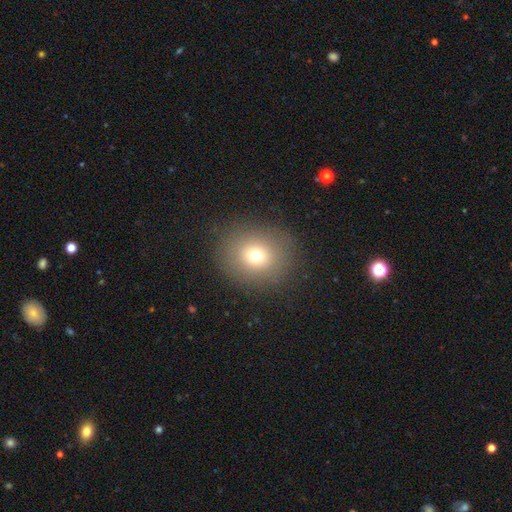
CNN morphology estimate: The model was most divided on "how rounded": round: 72%, in between: 27%, cigar-shaped: 1%. More confident: merging — none (86%); smooth or featured — smooth (71%).